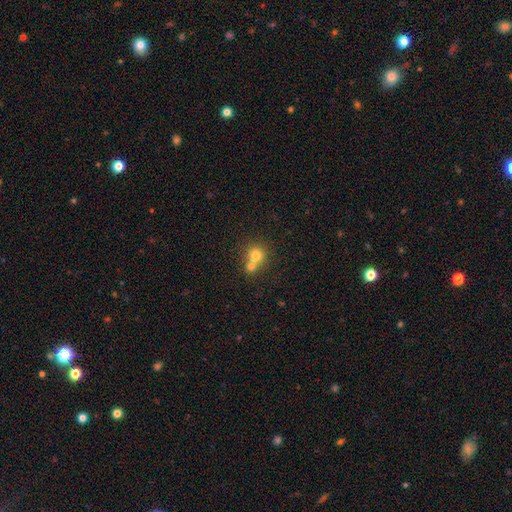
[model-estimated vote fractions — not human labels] Smooth or featured? smooth (75%)
How rounded? round (85%)
Merging? merger (54%)